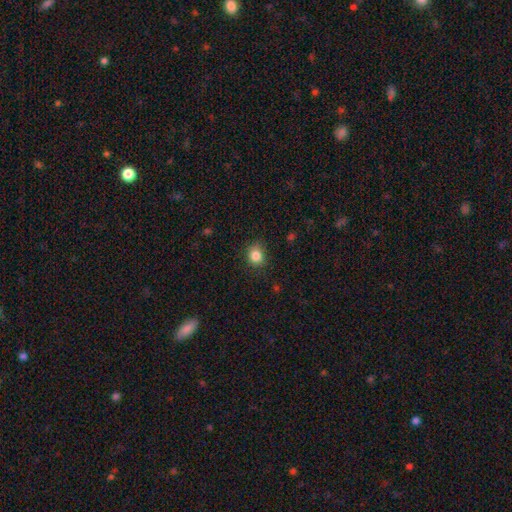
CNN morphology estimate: smooth 84%, star or artifact 11%, featured or disk 4%. Down the decision tree: how rounded — round (73%); merging — none (83%).